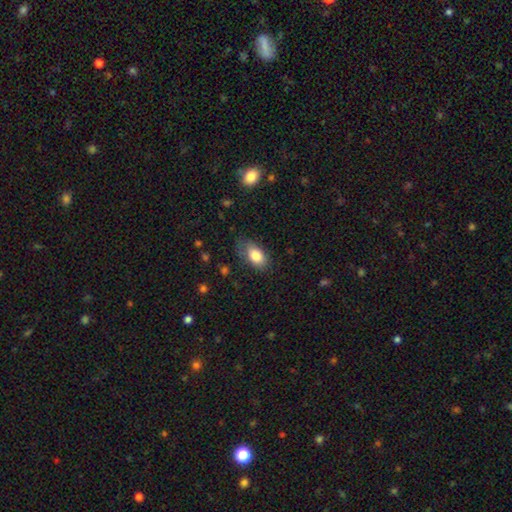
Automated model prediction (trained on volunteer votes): A smooth galaxy with no disk features (82%) that is in between round and cigar-shaped (91%).

Vote fractions:
- Smooth or featured? smooth: 82% / featured or disk: 11% / star or artifact: 7%
- How rounded? in between: 91% / round: 6% / cigar-shaped: 3%
- Merging? none: 66% / minor disturbance: 25% / major disturbance: 8% / merger: 1%